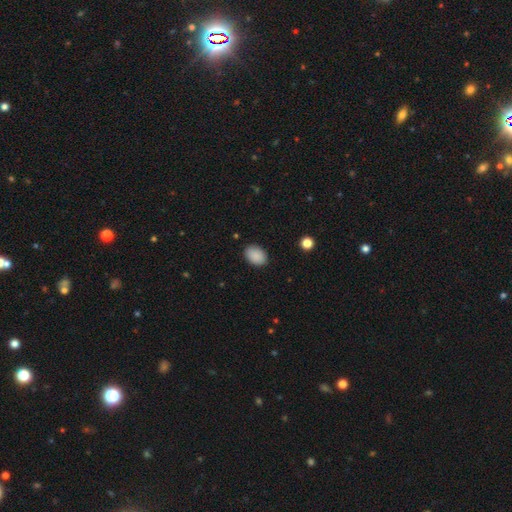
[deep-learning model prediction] Smooth or featured? Predicted: smooth (p=0.90). How rounded? Predicted: in between (p=0.78). Merging? Predicted: none (p=0.88).